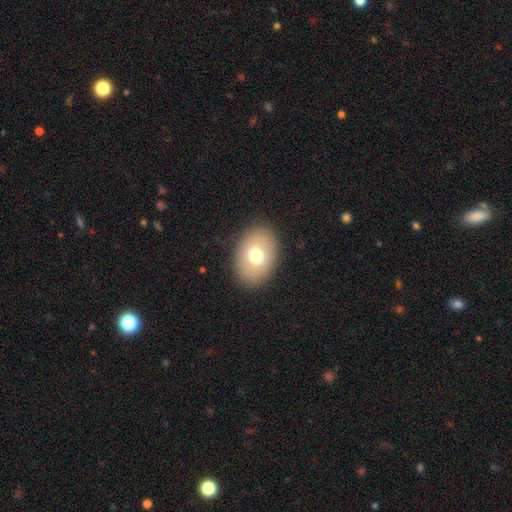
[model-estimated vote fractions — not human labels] Smooth or featured? smooth (71%)
How rounded? in between (75%)
Merging? none (89%)